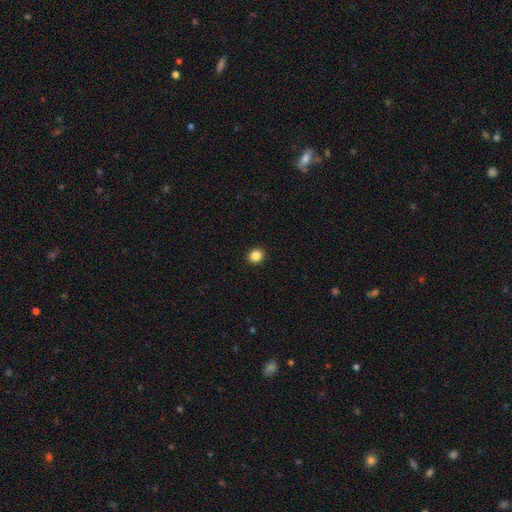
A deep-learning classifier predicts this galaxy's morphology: Smooth or featured: smooth — 86% (star or artifact — 11%)
How rounded: round — 85% (in between — 14%)
Merging: none — 93% (minor disturbance — 4%)